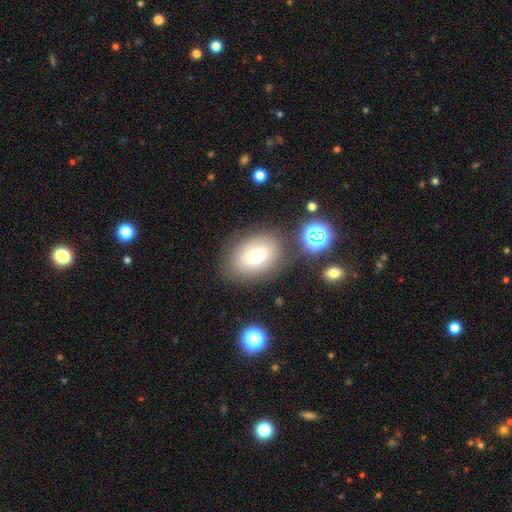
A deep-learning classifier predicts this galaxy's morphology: Smooth or featured? smooth (71%)
How rounded? in between (78%)
Merging? none (77%)